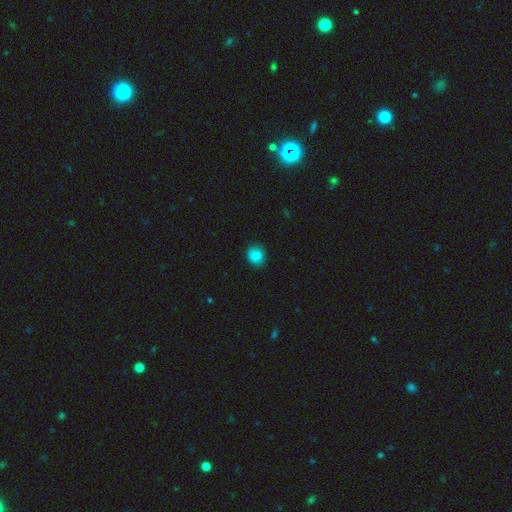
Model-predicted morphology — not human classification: Smooth or featured? Predicted: smooth (p=0.85). How rounded? Predicted: round (p=0.64). Merging? Predicted: none (p=0.80).